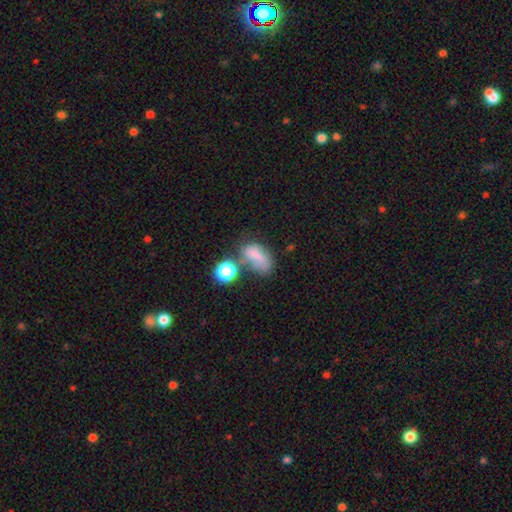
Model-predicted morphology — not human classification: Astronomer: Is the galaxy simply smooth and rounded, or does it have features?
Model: smooth — 67%.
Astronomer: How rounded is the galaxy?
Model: in between — 81%.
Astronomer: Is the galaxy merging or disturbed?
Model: none — 31% (runner-up: major disturbance, 24%).